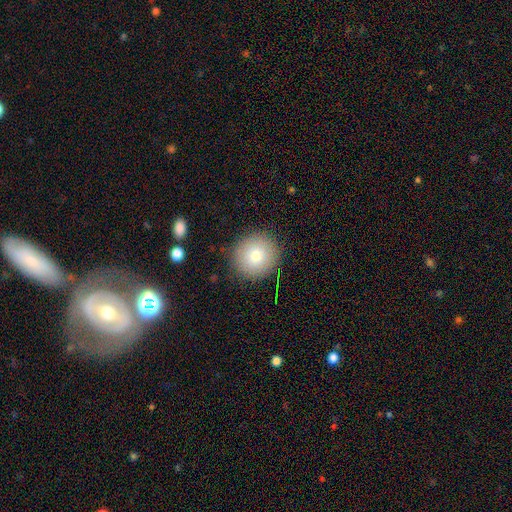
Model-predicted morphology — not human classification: This appears to be a smooth galaxy with no disk features (78%) that is round (93%). Merging: none (89%).